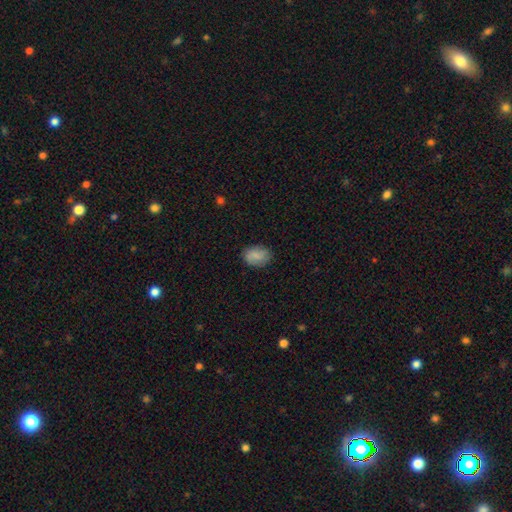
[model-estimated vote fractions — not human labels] smooth-or-featured: smooth: 84% | featured or disk: 9% | star or artifact: 8%
  how-rounded: in between: 73% | round: 26% | cigar-shaped: 1%
  merging: none: 82% | minor disturbance: 14% | major disturbance: 3% | merger: 1%